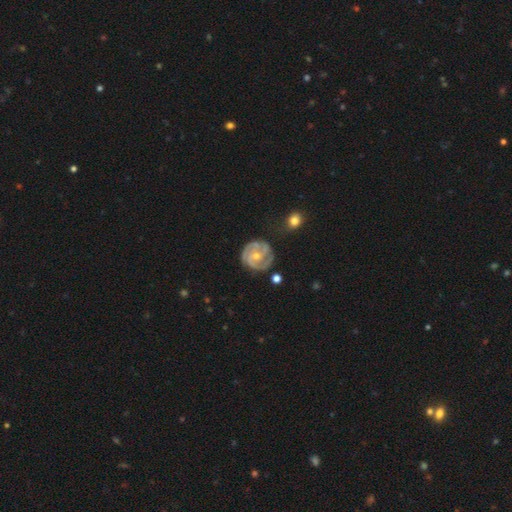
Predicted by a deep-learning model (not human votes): smooth_or_featured: featured or disk (p=0.87) [alt: smooth p=0.08]
disk_edge_on: no (p=0.98) [alt: yes p=0.02]
bar: no (p=0.65) [alt: weak p=0.27]
has_spiral_arms: yes (p=0.96) [alt: no p=0.04]
spiral_winding: tight (p=0.64) [alt: medium p=0.30]
spiral_arm_count: 3 (p=0.44) [alt: 2 p=0.26]
bulge_size: small (p=0.55) [alt: moderate p=0.41]
merging: none (p=0.70) [alt: minor disturbance p=0.20]